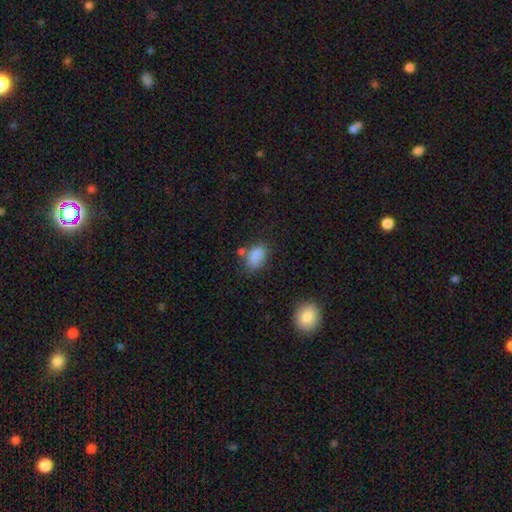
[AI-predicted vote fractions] Smooth or featured?
  - smooth: 82% *
  - star or artifact: 11%
  - featured or disk: 6%
How rounded?
  - in between: 83% *
  - round: 15%
  - cigar-shaped: 2%
Merging?
  - none: 57% *
  - minor disturbance: 23%
  - merger: 11%
  - major disturbance: 8%